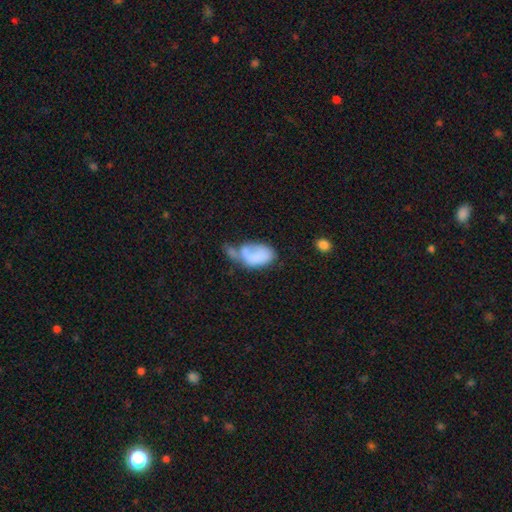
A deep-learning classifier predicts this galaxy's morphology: This is likely a smooth galaxy (69%). How rounded: clearly in between (91%). Merging: marginally major disturbance (31%).